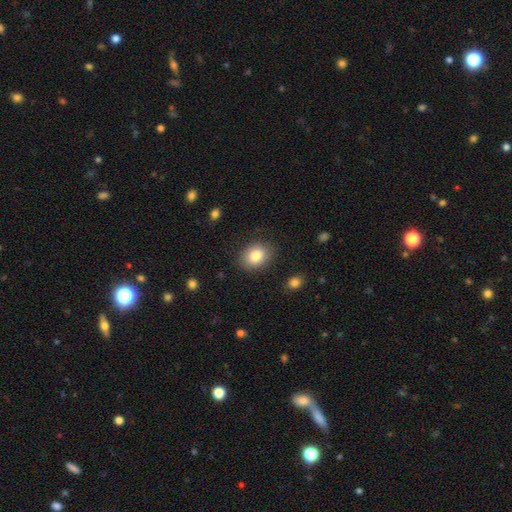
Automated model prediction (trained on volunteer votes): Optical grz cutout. It shows a smooth galaxy with no disk features (83%) that is in between round and cigar-shaped (58%). Merging: none (85%).